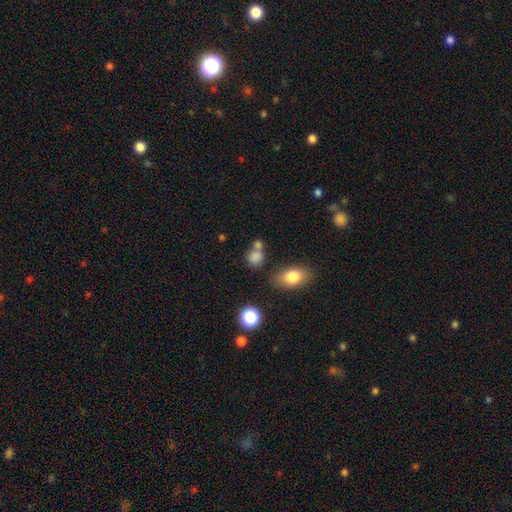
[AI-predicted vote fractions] The model was most divided on "how rounded": round: 57%, in between: 41%, cigar-shaped: 2%. Remaining: smooth or featured — smooth (79%); merging — none (49%).